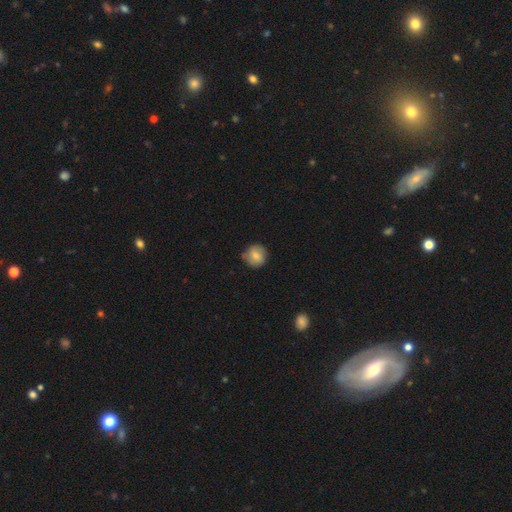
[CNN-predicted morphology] type=smooth (68%); roundness=round (89%); merging=none (78%).